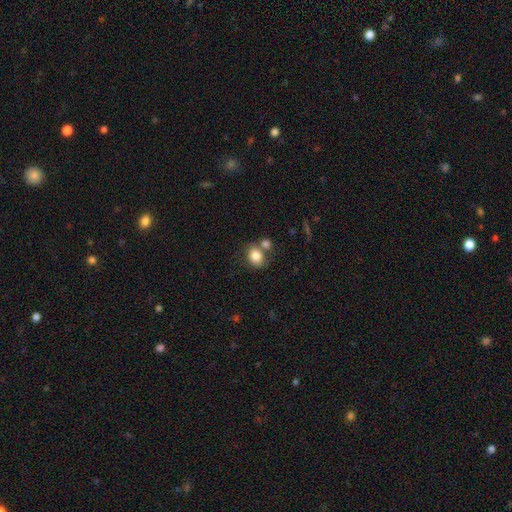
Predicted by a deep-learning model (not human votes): Morphology: type=smooth (81%); roundness=round (59%); merging=none (52%).